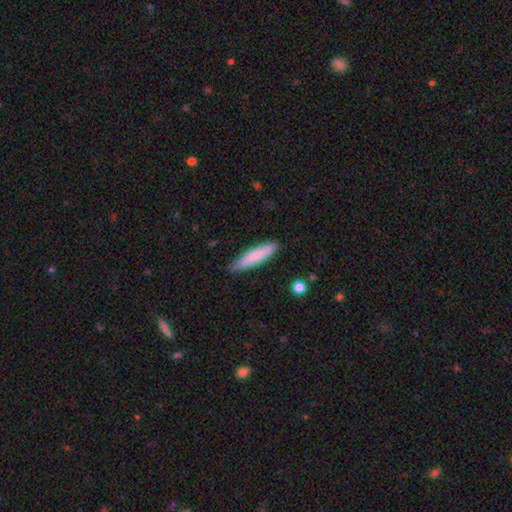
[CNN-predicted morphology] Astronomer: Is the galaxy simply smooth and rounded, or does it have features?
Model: smooth — 80%.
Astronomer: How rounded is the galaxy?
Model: cigar-shaped — 80%.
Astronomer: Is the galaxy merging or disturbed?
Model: none — 83%.